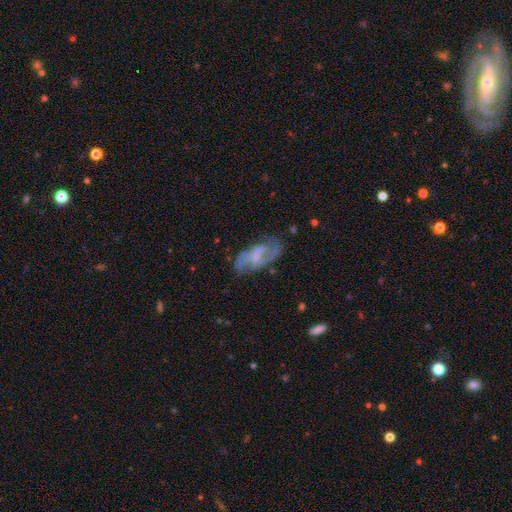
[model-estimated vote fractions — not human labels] This appears to be a featured or disk galaxy (69%) with a weak bar (48%), 2 (69%) medium (45%) spiral arms (78%) and a small central bulge (36%, tied with none). Merging: none (61%).